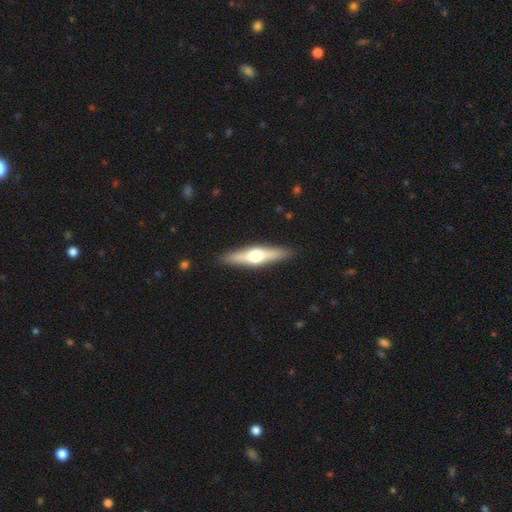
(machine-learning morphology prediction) featured or disk 53%, smooth 42%, star or artifact 5%. Down the decision tree: edge-on disk — yes (93%); merging — none (90%).